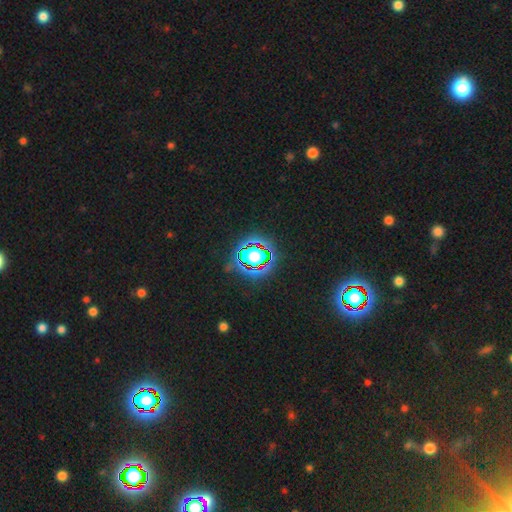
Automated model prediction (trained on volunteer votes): Smooth or featured?
  - star or artifact: 80% *
  - smooth: 12%
  - featured or disk: 8%